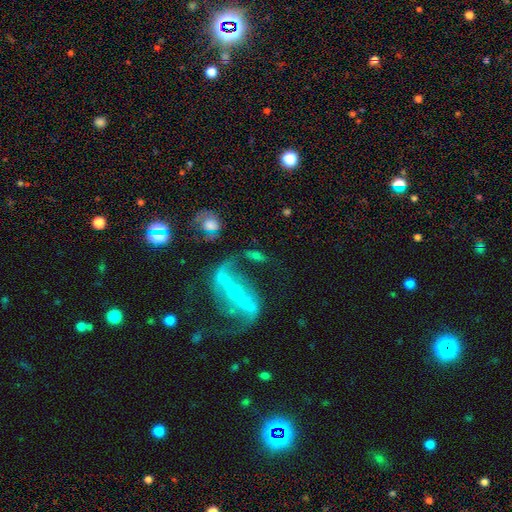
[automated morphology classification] smooth_or_featured: featured or disk (p=0.71) [alt: smooth p=0.19]
disk_edge_on: no (p=0.79) [alt: yes p=0.21]
bar: strong (p=0.60) [alt: no p=0.22]
has_spiral_arms: yes (p=0.70) [alt: no p=0.30]
bulge_size: small (p=0.70) [alt: moderate p=0.19]
merging: none (p=0.48) [alt: major disturbance p=0.18]